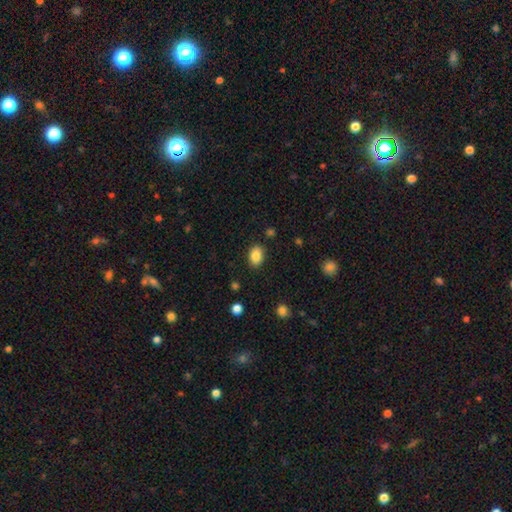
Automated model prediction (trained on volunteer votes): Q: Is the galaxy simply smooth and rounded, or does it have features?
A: smooth — 86%.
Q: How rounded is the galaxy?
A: in between — 83%.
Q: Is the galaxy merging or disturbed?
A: none — 86%.